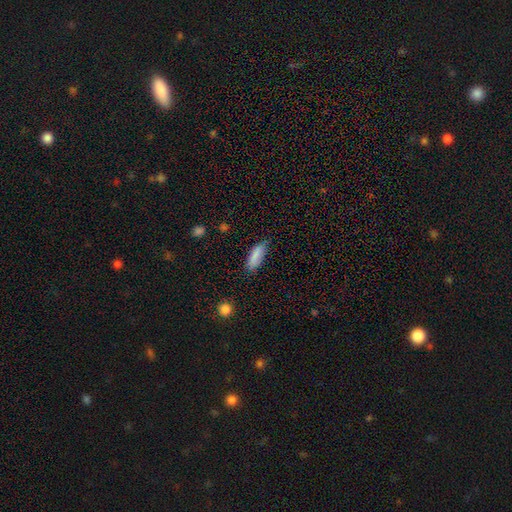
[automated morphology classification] Smooth or featured? Predicted: smooth (p=0.86). How rounded? Predicted: in between (p=0.62). Merging? Predicted: none (p=0.76).